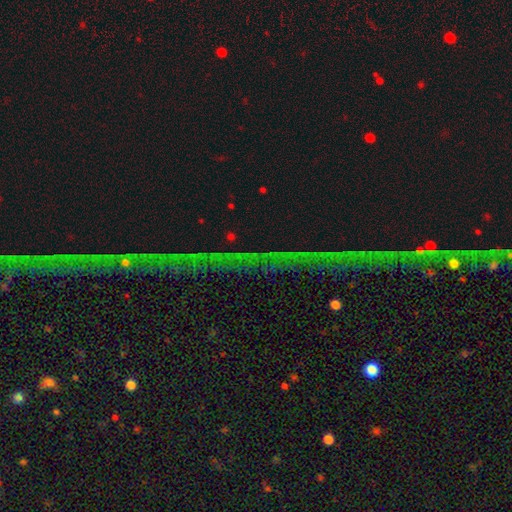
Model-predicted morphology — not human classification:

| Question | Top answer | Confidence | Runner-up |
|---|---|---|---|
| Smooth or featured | star or artifact | 76% | featured or disk (13%) |